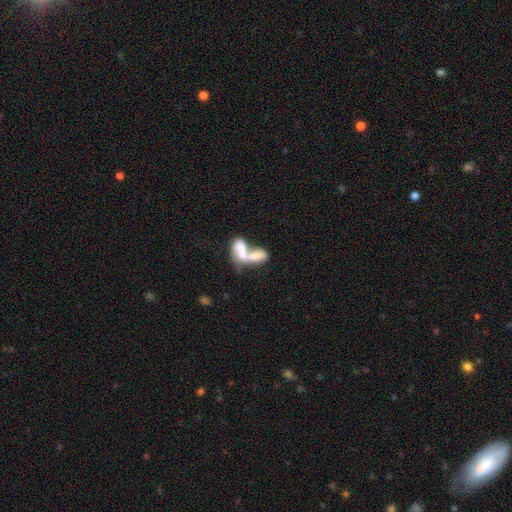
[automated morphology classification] smooth 57%, featured or disk 34%, star or artifact 8%. Down the decision tree: how rounded — in between (79%); merging — merger (79%).